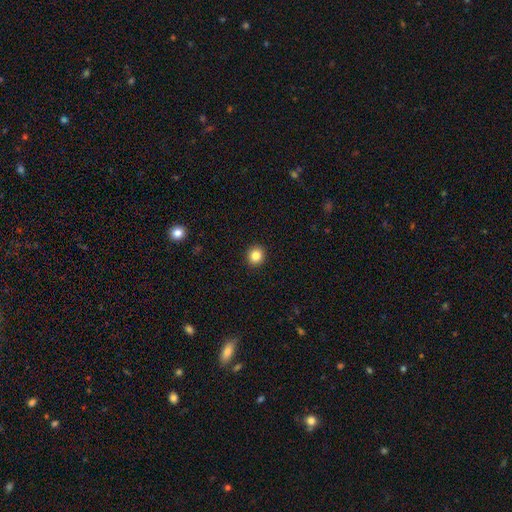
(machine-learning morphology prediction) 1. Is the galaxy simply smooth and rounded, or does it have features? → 84% smooth, 11% star or artifact, 5% featured or disk.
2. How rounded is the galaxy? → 88% round, 11% in between, 1% cigar-shaped.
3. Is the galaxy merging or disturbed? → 93% none, 5% minor disturbance, 2% major disturbance, 1% merger.